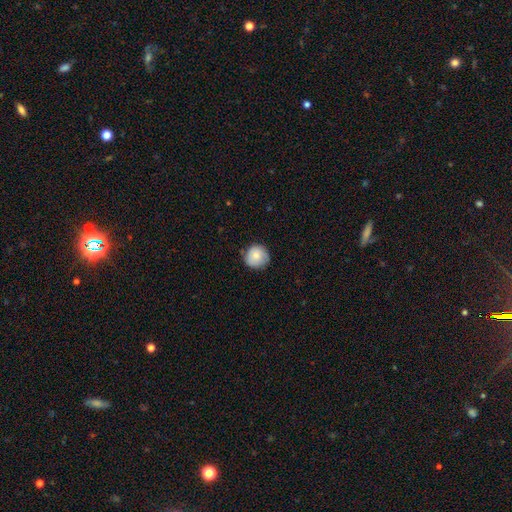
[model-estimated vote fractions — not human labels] Smooth or featured? smooth (81%)
How rounded? round (93%)
Merging? none (80%)